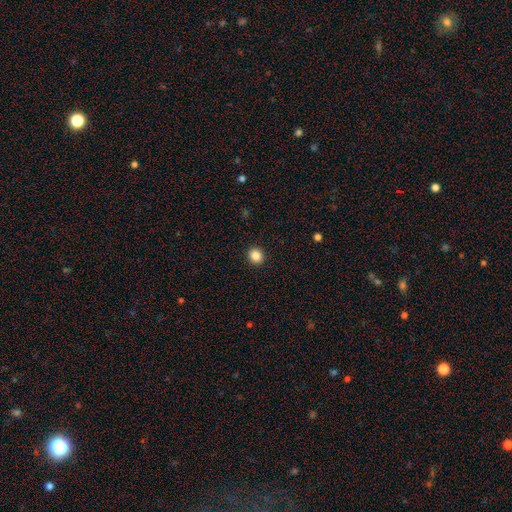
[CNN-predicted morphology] Q: Smooth or featured?
A: smooth (86%); runner-up: star or artifact (10%)
Q: How rounded?
A: round (85%); runner-up: in between (14%)
Q: Merging?
A: none (93%); runner-up: minor disturbance (5%)